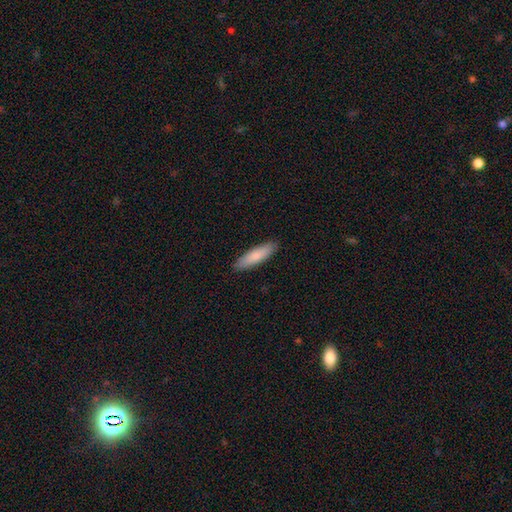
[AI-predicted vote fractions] Morphology: type=smooth (84%); roundness=cigar-shaped (69%); merging=none (90%).